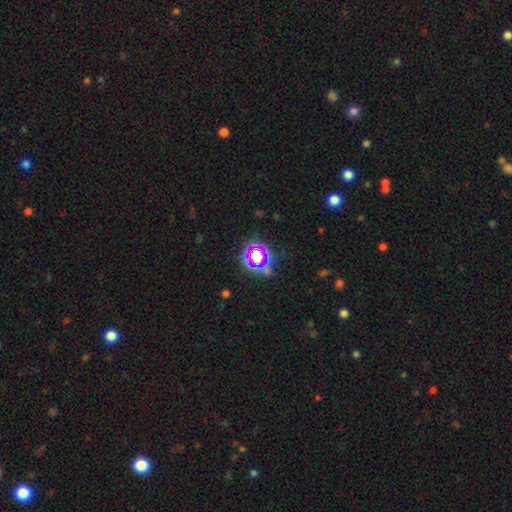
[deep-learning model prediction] Morphology: type=star or artifact (68%).